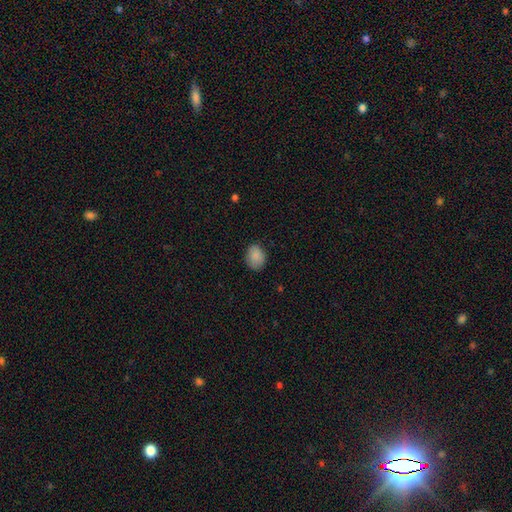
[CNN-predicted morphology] smooth 87%, star or artifact 8%, featured or disk 5%. Down the decision tree: how rounded — in between (54%); merging — none (81%).